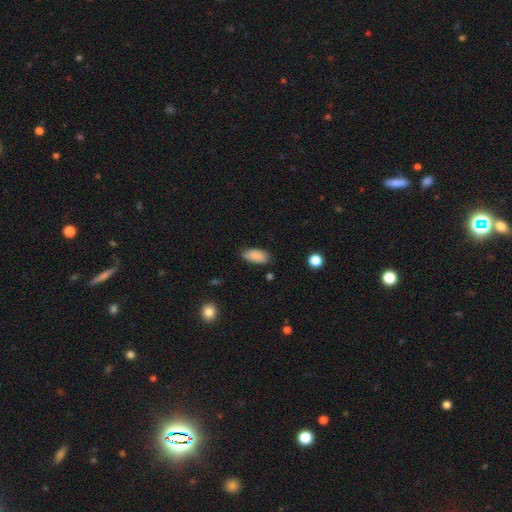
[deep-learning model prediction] A smooth galaxy with no disk features (89%) that is in between round and cigar-shaped (89%).

Vote fractions:
- Smooth or featured? smooth: 89% / star or artifact: 7% / featured or disk: 4%
- How rounded? in between: 89% / cigar-shaped: 9% / round: 2%
- Merging? none: 81% / minor disturbance: 15% / major disturbance: 3% / merger: 2%